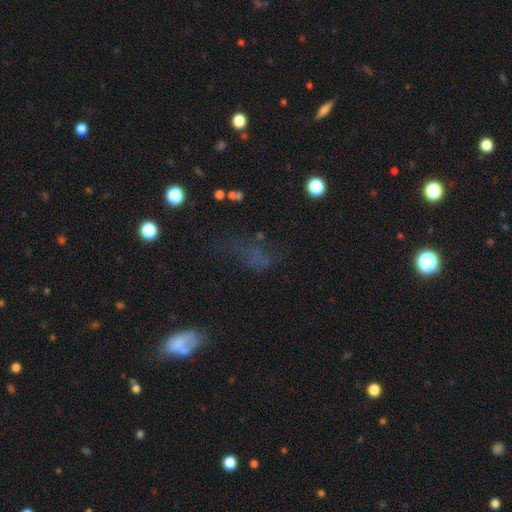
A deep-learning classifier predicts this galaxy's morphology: smooth_or_featured: smooth (p=0.46) [alt: star or artifact p=0.31]
merging: none (p=0.40) [alt: major disturbance p=0.33]